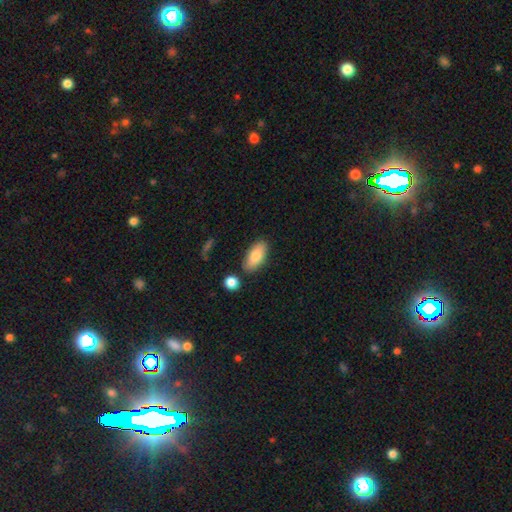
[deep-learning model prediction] This appears to be a smooth galaxy with no disk features (82%) that is in between round and cigar-shaped (89%). Merging: none (80%).